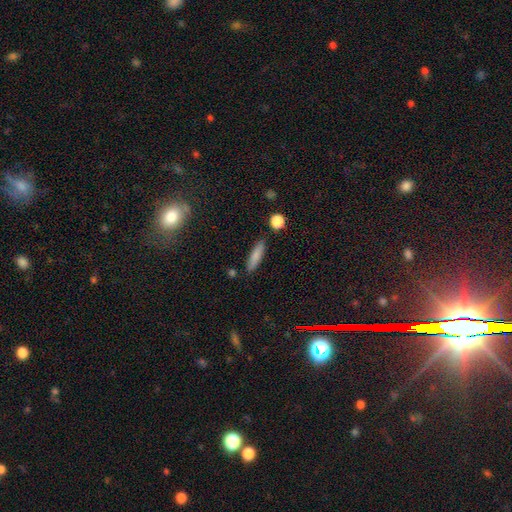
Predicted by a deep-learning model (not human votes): Smooth or featured?
  - smooth: 80% *
  - featured or disk: 12%
  - star or artifact: 8%
How rounded?
  - cigar-shaped: 76% *
  - in between: 22%
  - round: 2%
Merging?
  - none: 86% *
  - minor disturbance: 9%
  - merger: 3%
  - major disturbance: 2%